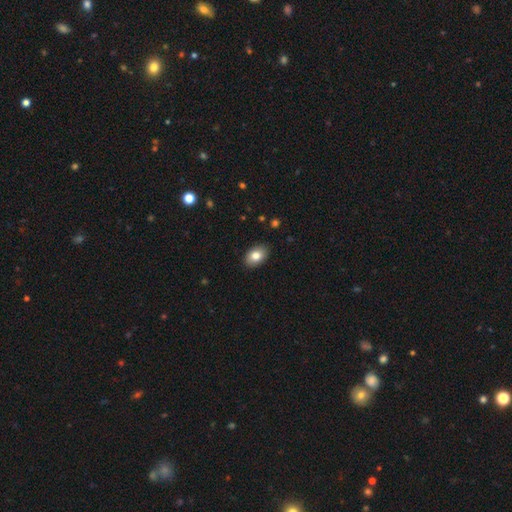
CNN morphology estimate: smooth-or-featured: smooth: 82% | featured or disk: 10% | star or artifact: 8%
  how-rounded: in between: 86% | round: 13% | cigar-shaped: 1%
  merging: none: 89% | minor disturbance: 8% | major disturbance: 2% | merger: 1%